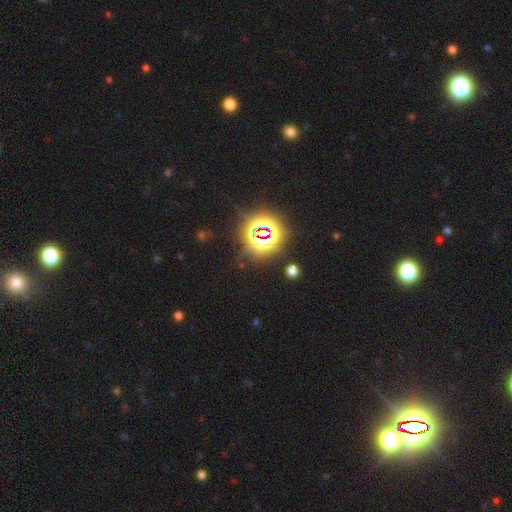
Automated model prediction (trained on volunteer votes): A star or artifact, not a galaxy (84%).

Vote fractions:
- Smooth or featured? star or artifact: 84% / smooth: 10% / featured or disk: 6%